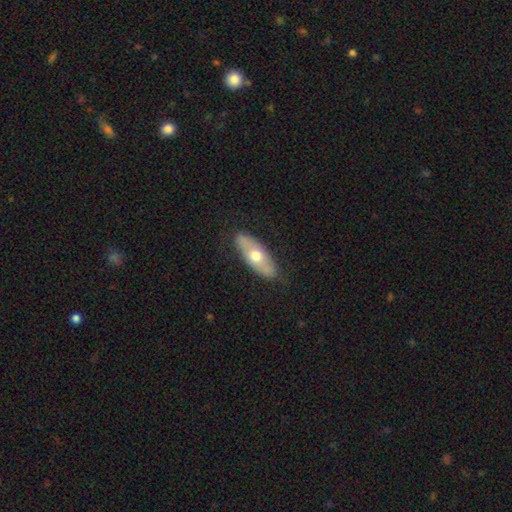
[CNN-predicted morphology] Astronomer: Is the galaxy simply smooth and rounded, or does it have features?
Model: smooth — 55% (runner-up: featured or disk, 39%).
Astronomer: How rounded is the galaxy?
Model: in between — 76%.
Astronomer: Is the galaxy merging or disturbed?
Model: none — 84%.